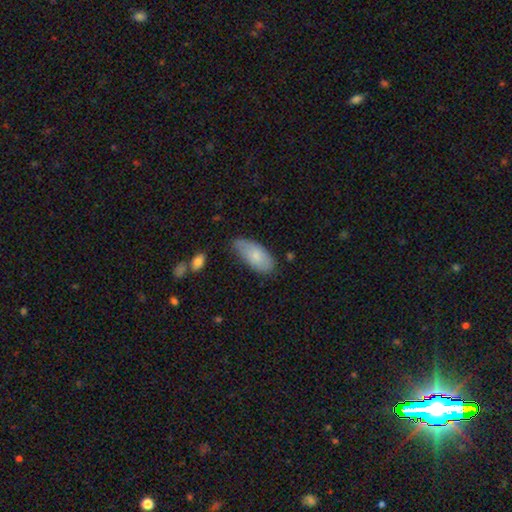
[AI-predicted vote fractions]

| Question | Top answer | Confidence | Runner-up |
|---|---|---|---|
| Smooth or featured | smooth | 76% | featured or disk (18%) |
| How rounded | in between | 91% | cigar-shaped (7%) |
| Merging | none | 60% | minor disturbance (31%) |